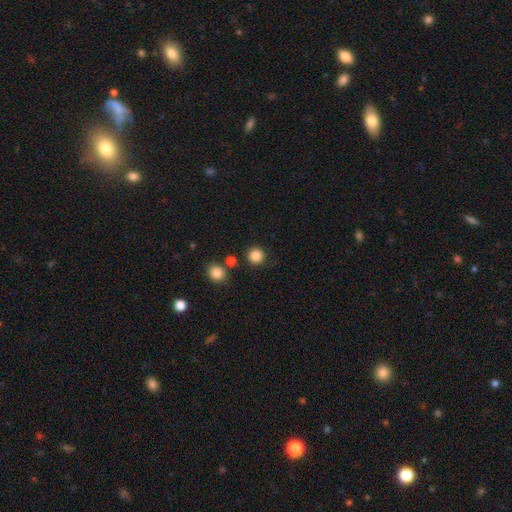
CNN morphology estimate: This is clearly a smooth galaxy (85%). How rounded: clearly round (94%). Merging: clearly none (88%).